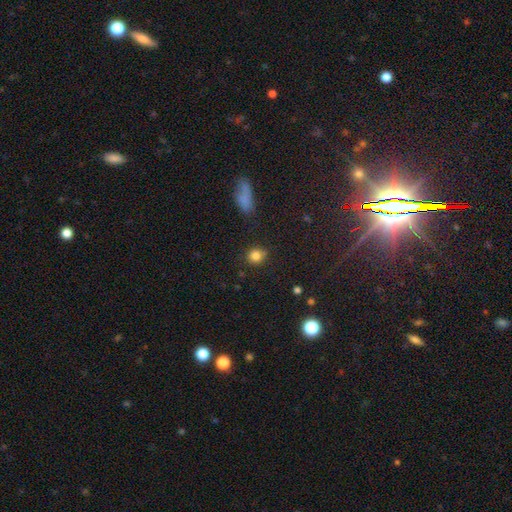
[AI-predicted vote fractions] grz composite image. It shows a smooth galaxy with no disk features (83%) that is round (79%). Merging: none (78%).